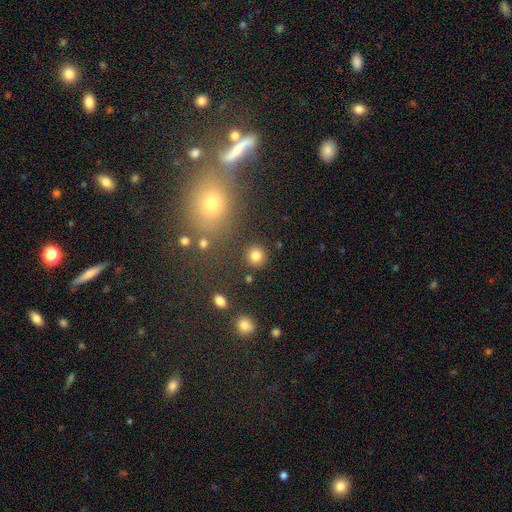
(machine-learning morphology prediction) type=smooth (83%); roundness=round (91%); merging=none (88%).